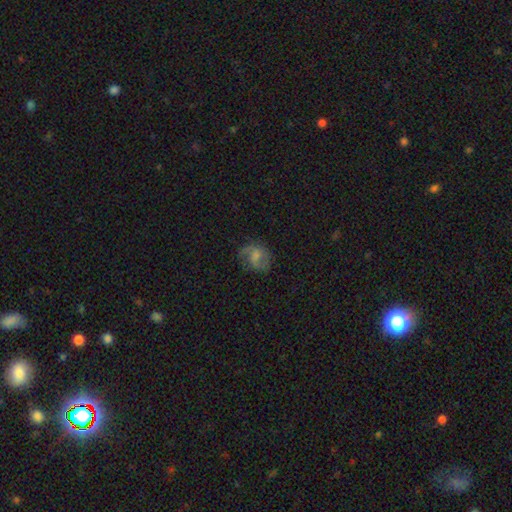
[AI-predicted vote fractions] This appears to be a featured or disk galaxy (57%) with a weak bar (46%), spiral arms (86%) and no central bulge (41%). Merging: none (60%).